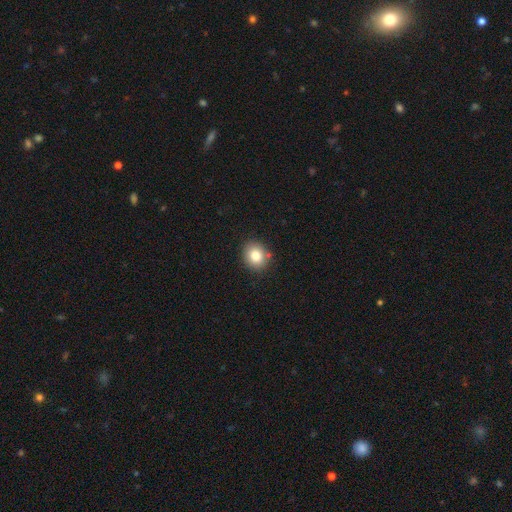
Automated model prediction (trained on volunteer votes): Smooth or featured? Predicted: smooth (p=0.82). How rounded? Predicted: round (p=0.74). Merging? Predicted: none (p=0.85).